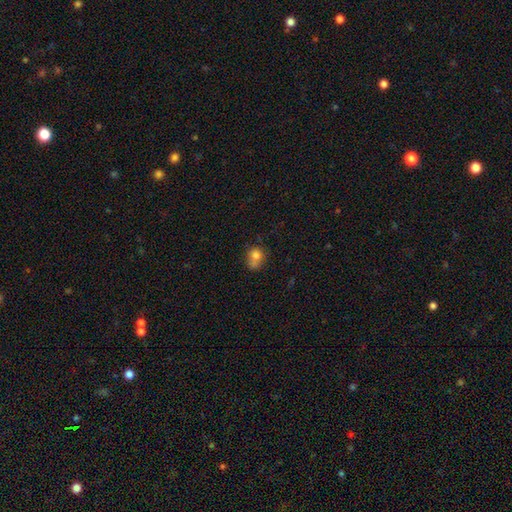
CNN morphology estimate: This is likely a smooth galaxy (77%). How rounded: likely round (66%). Merging: marginally none (38%).